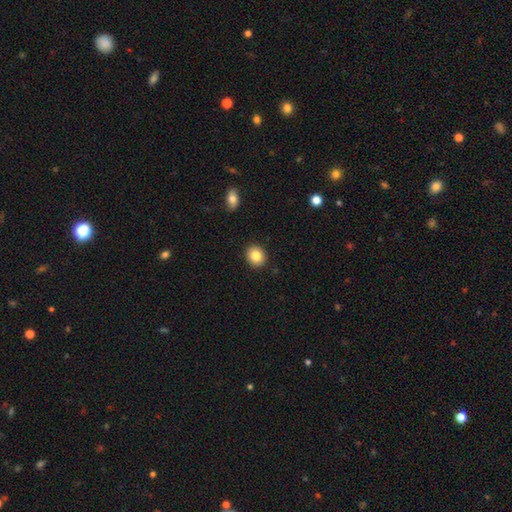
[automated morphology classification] A smooth galaxy with no disk features (83%) that is round (74%). Merging: none (91%).